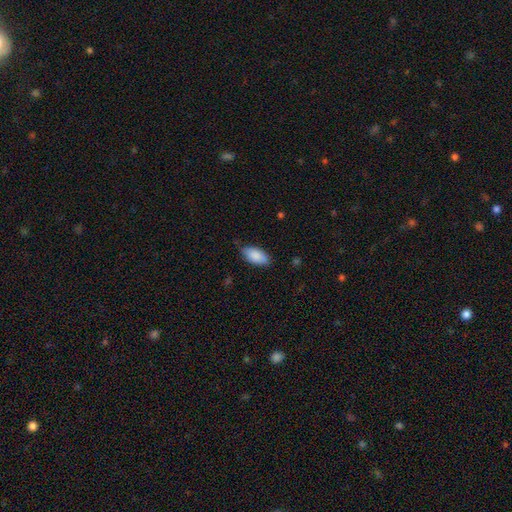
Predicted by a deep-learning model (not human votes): smooth 87%, featured or disk 7%, star or artifact 6%. Down the decision tree: how rounded — in between (92%); merging — none (76%).